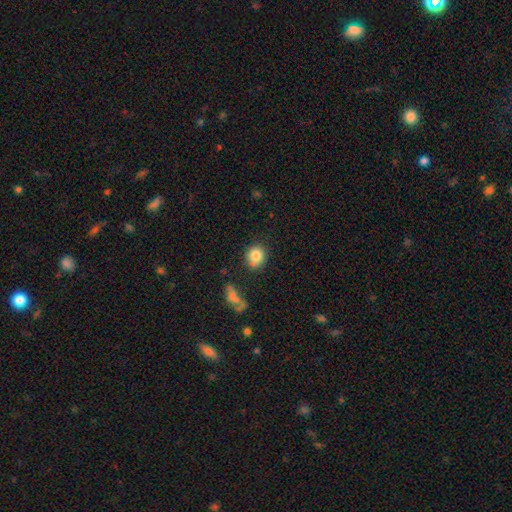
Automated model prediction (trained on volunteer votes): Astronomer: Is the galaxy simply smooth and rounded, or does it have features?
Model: smooth — 83%.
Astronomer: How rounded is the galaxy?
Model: round — 75%.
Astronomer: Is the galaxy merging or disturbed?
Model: none — 75%.